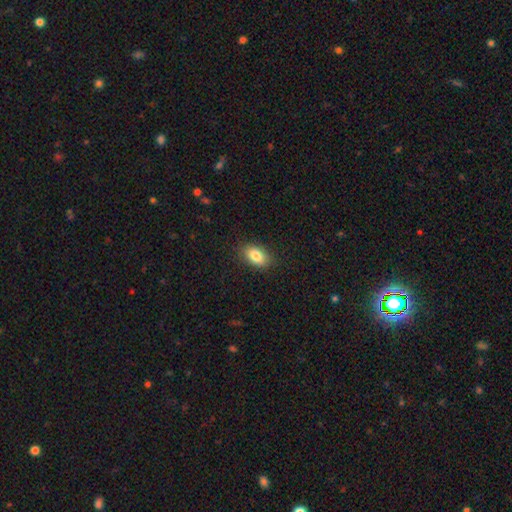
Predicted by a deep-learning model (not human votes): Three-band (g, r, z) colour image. It shows a smooth galaxy with no disk features (85%) that is in between round and cigar-shaped (91%). Merging: none (86%).